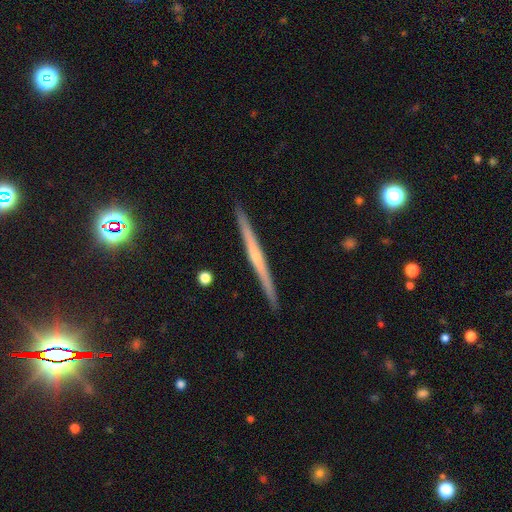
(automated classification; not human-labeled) The model was most divided on "edge-on bulge": none: 52%, rounded: 43%, boxy: 5%. More confident: edge-on disk — yes (98%); merging — none (92%); smooth or featured — featured or disk (69%).